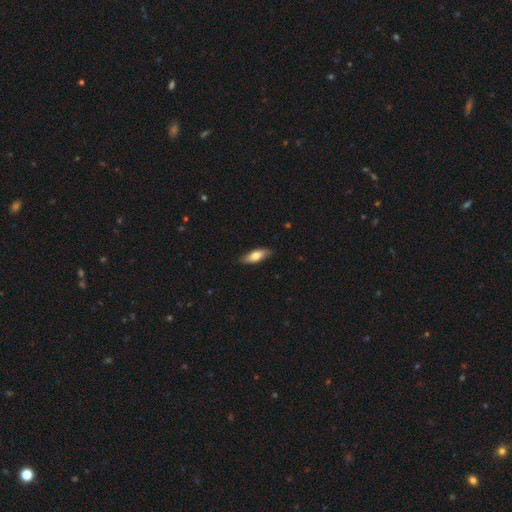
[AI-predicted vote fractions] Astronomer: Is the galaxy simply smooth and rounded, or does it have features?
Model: smooth — 70%.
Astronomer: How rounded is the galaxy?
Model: in between — 62%.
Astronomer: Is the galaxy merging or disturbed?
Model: none — 85%.